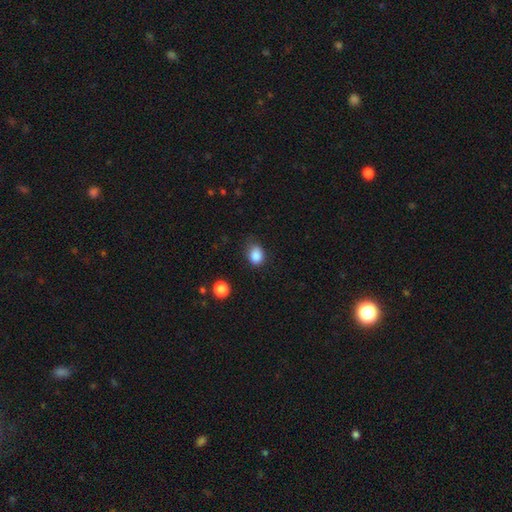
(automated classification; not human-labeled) A smooth galaxy with no disk features (86%) that is in between round and cigar-shaped (57%). Merging: none (64%).